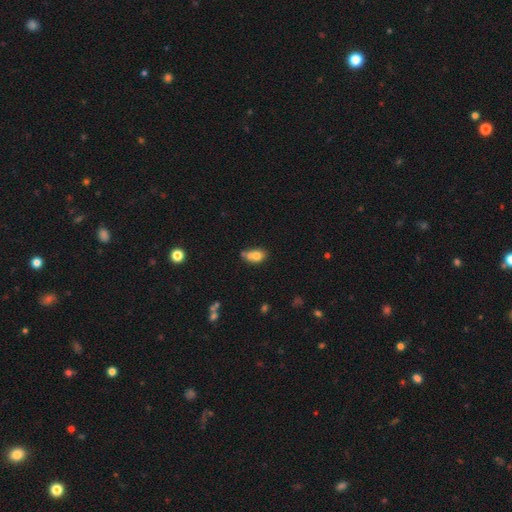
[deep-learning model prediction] Overall: smooth (73%). How rounded: in between (75%). Merging: merger (36%; none 34%).